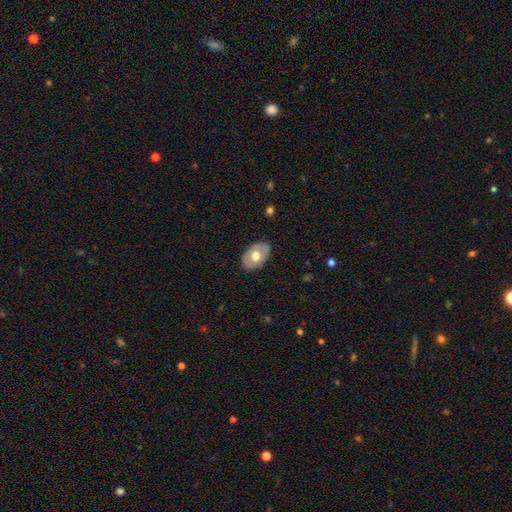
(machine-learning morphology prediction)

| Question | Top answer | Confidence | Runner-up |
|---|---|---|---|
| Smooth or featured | smooth | 55% | featured or disk (39%) |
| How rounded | in between | 83% | round (16%) |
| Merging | none | 83% | minor disturbance (13%) |